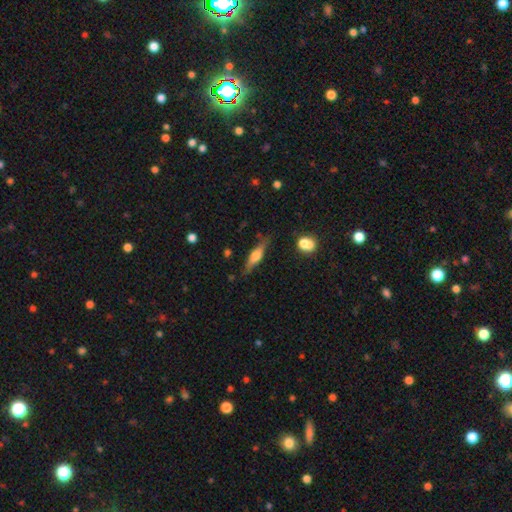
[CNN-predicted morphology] This appears to be a featured or disk galaxy (56%) viewed edge-on (93%) with a rounded central bulge (87%). Merging: none (79%).